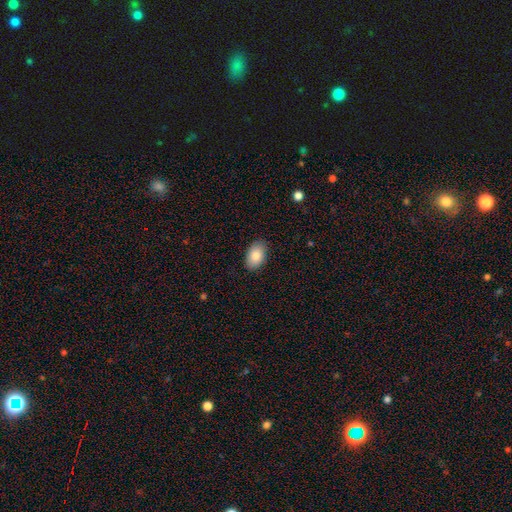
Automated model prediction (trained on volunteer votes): This appears to be a smooth galaxy with no disk features (83%) that is in between round and cigar-shaped (92%). Merging: none (87%).